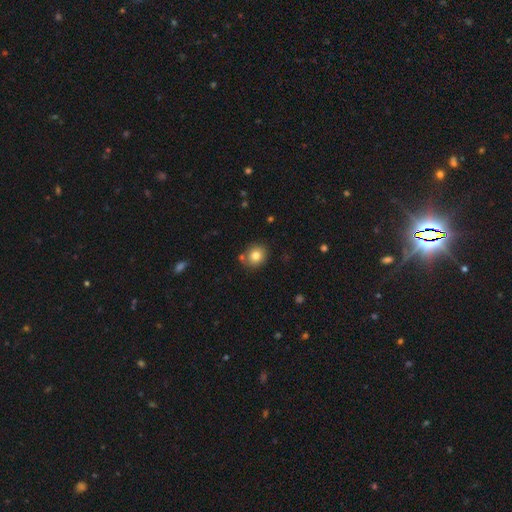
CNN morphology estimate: smooth_or_featured: smooth (p=0.80) [alt: star or artifact p=0.11]
how_rounded: round (p=0.79) [alt: in between p=0.20]
merging: none (p=0.78) [alt: minor disturbance p=0.11]